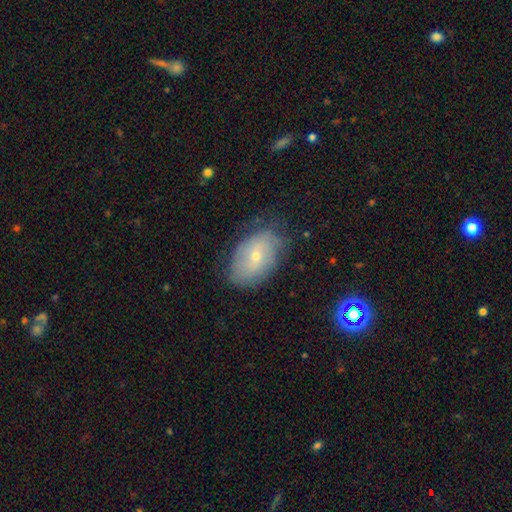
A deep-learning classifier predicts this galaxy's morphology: A smooth galaxy with no disk features (50%).

Vote fractions:
- Smooth or featured? smooth: 50% / featured or disk: 41% / star or artifact: 9%
- Merging? none: 68% / minor disturbance: 24% / major disturbance: 7% / merger: 1%